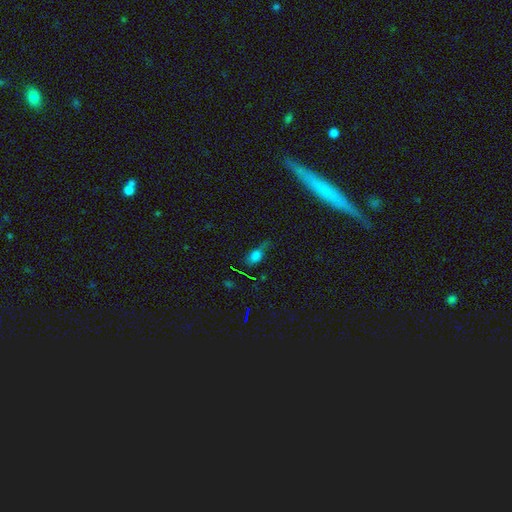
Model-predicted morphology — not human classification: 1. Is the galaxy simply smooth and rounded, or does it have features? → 61% smooth, 21% star or artifact, 18% featured or disk.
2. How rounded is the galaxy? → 69% in between, 19% round, 12% cigar-shaped.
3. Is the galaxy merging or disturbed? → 45% none, 31% minor disturbance, 20% major disturbance, 4% merger.